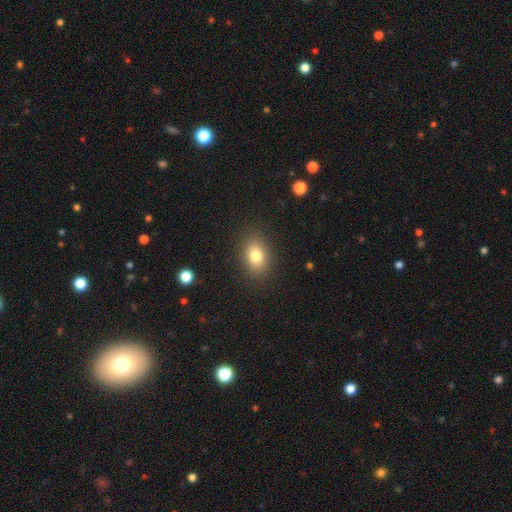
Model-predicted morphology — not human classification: smooth-or-featured: smooth: 79% | star or artifact: 11% | featured or disk: 10%
  how-rounded: in between: 76% | round: 22% | cigar-shaped: 2%
  merging: none: 87% | minor disturbance: 9% | major disturbance: 3% | merger: 1%